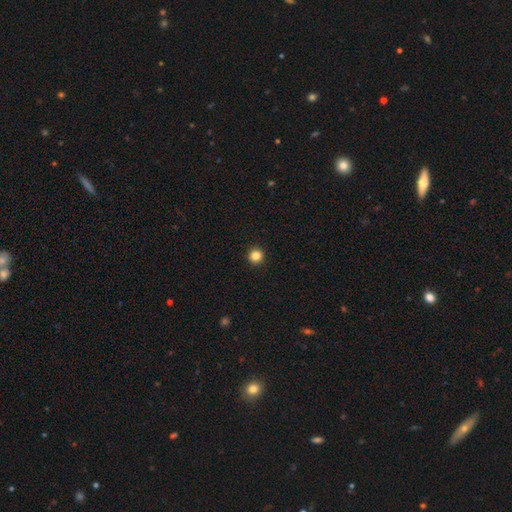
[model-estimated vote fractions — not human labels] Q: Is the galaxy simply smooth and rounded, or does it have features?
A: smooth — 85%.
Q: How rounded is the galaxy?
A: round — 96%.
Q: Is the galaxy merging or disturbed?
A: none — 94%.